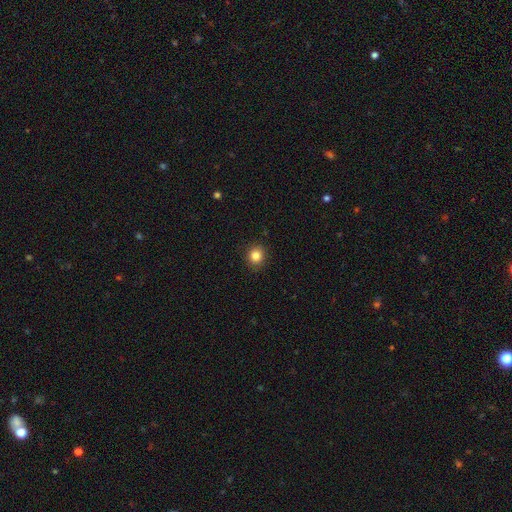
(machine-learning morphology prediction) This appears to be a smooth galaxy with no disk features (84%) that is round (88%). Merging: none (91%).